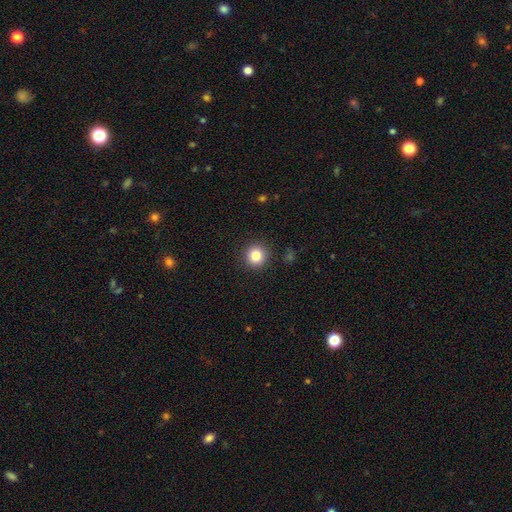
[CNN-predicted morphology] Smooth or featured? smooth (83%)
How rounded? round (94%)
Merging? none (91%)